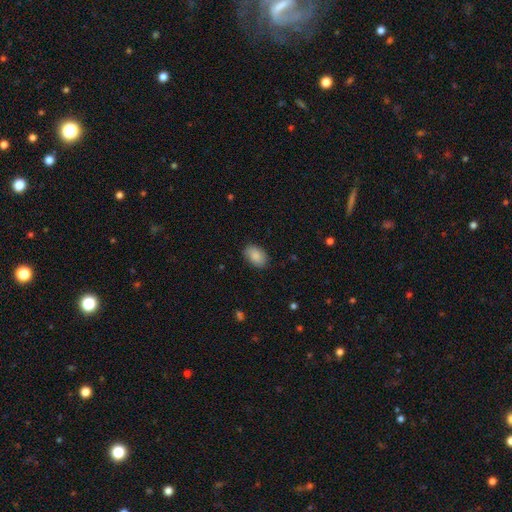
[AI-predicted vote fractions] Smooth or featured?
  - smooth: 88% *
  - star or artifact: 6%
  - featured or disk: 6%
How rounded?
  - in between: 90% *
  - round: 9%
  - cigar-shaped: 1%
Merging?
  - none: 85% *
  - minor disturbance: 11%
  - major disturbance: 3%
  - merger: 1%